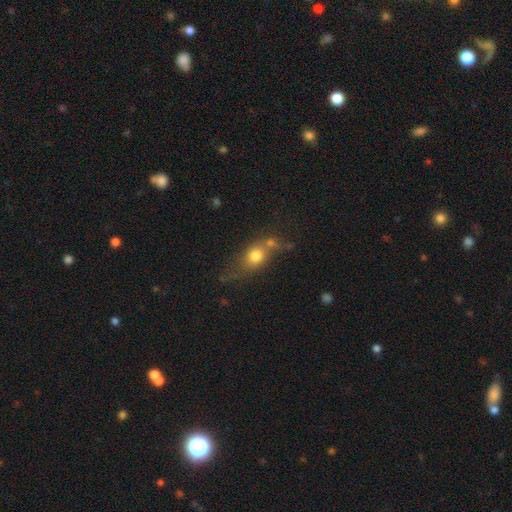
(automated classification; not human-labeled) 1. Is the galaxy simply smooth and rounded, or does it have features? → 71% smooth, 18% featured or disk, 12% star or artifact.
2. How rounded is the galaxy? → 51% in between, 41% round, 8% cigar-shaped.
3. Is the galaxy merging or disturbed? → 43% none, 25% merger, 20% minor disturbance, 12% major disturbance.